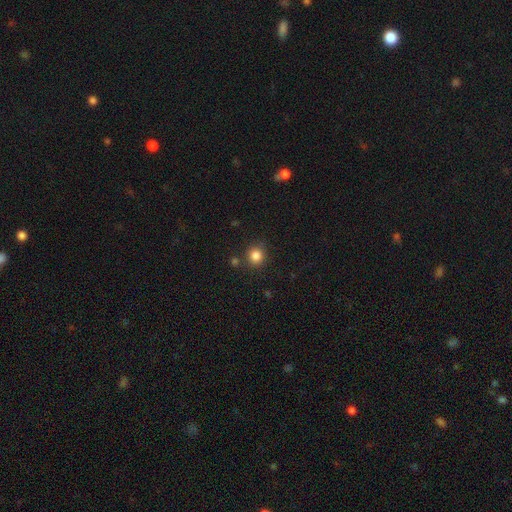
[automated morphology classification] Smooth or featured? smooth (84%)
How rounded? round (89%)
Merging? none (84%)